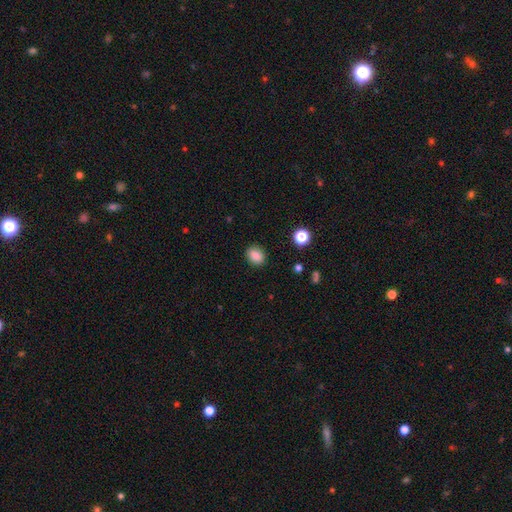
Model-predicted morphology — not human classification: smooth 85%, star or artifact 10%, featured or disk 4%. Down the decision tree: how rounded — round (56%); merging — none (88%).